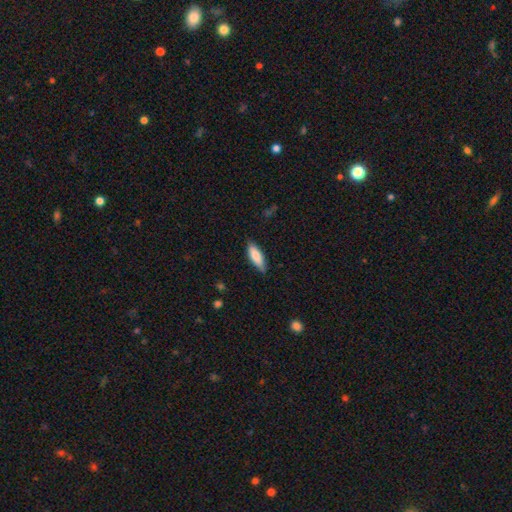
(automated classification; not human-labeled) smooth 79%, featured or disk 15%, star or artifact 6%. Down the decision tree: how rounded — in between (56%); merging — none (80%).